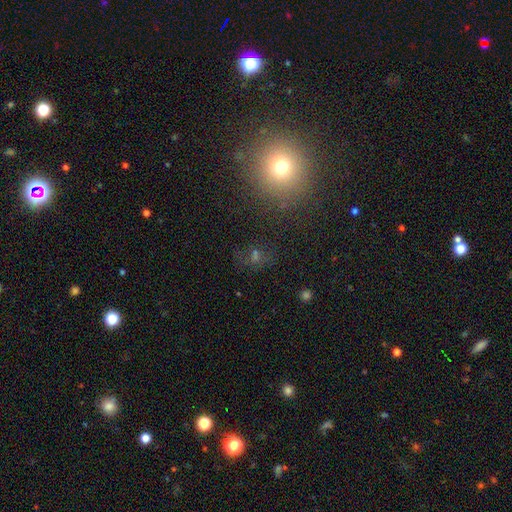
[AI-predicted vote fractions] A smooth galaxy with no disk features (43%).

Vote fractions:
- Smooth or featured? smooth: 43% / star or artifact: 42% / featured or disk: 15%
- Merging? none: 71% / minor disturbance: 13% / major disturbance: 9% / merger: 7%